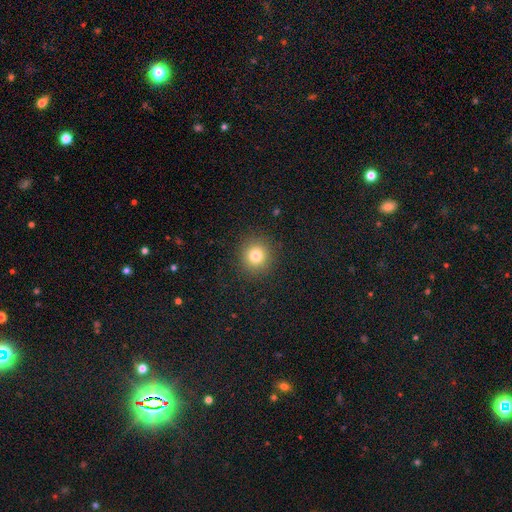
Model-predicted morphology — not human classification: Smooth or featured? Predicted: smooth (p=0.80). How rounded? Predicted: round (p=0.92). Merging? Predicted: none (p=0.91).